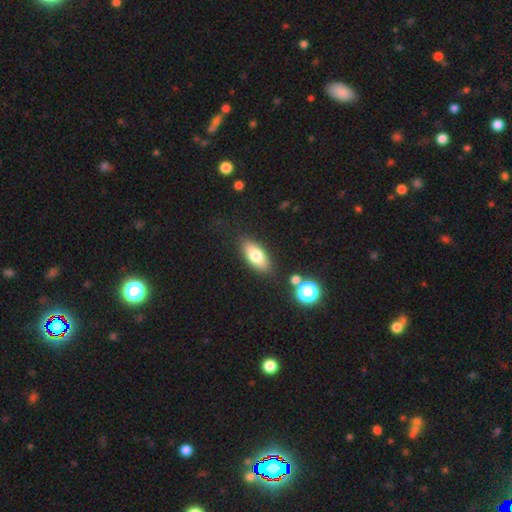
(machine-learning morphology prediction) The model was most divided on "smooth or featured": smooth: 73%, featured or disk: 19%, star or artifact: 8%. More confident: how rounded — in between (83%); merging — none (83%).